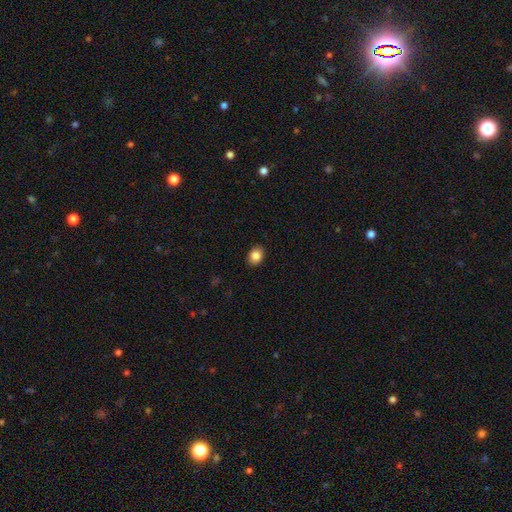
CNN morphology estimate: Smooth or featured: smooth — 85% (star or artifact — 9%)
How rounded: in between — 61% (round — 38%)
Merging: none — 89% (minor disturbance — 8%)